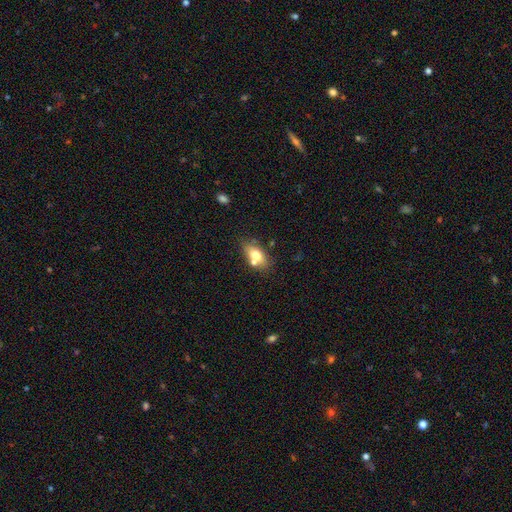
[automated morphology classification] Smooth or featured? Predicted: smooth (p=0.68). How rounded? Predicted: in between (p=0.81). Merging? Predicted: none (p=0.59).